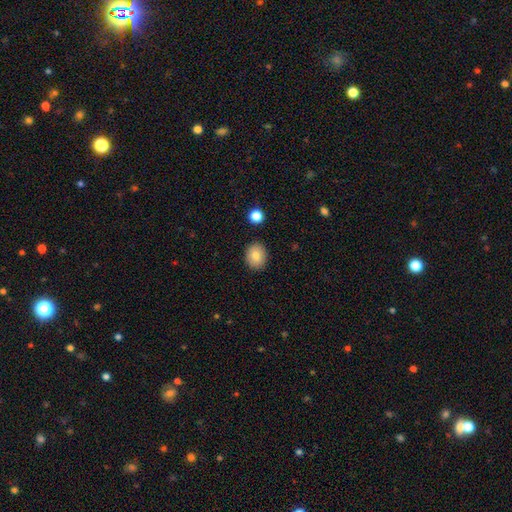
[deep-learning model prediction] Smooth or featured? smooth (80%)
How rounded? round (65%)
Merging? none (89%)